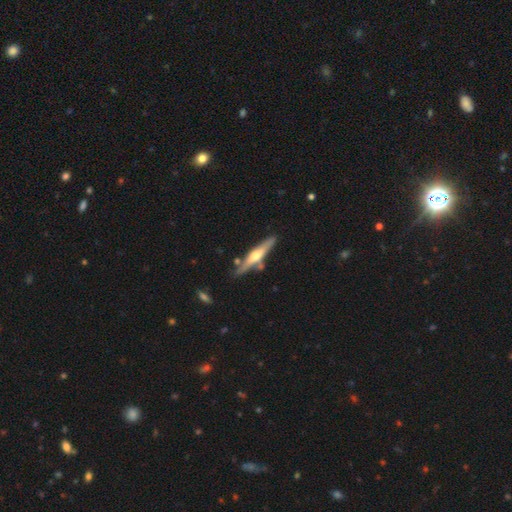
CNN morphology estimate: featured or disk 66%, smooth 28%, star or artifact 5%. Down the decision tree: edge-on disk — yes (96%); edge-on bulge — rounded (91%); merging — none (76%).